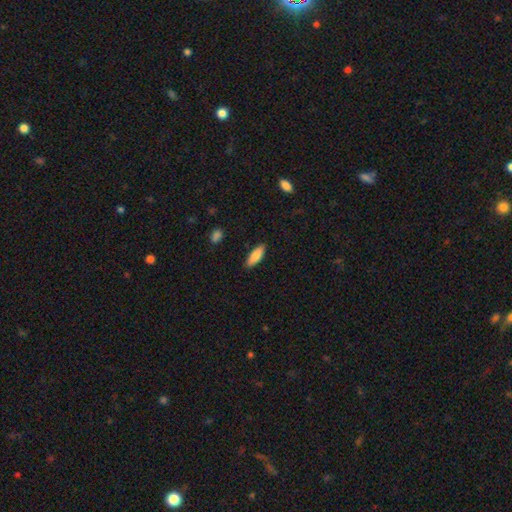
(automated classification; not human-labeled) Smooth or featured: smooth — 83% (featured or disk — 11%)
How rounded: in between — 58% (cigar-shaped — 40%)
Merging: none — 87% (minor disturbance — 10%)